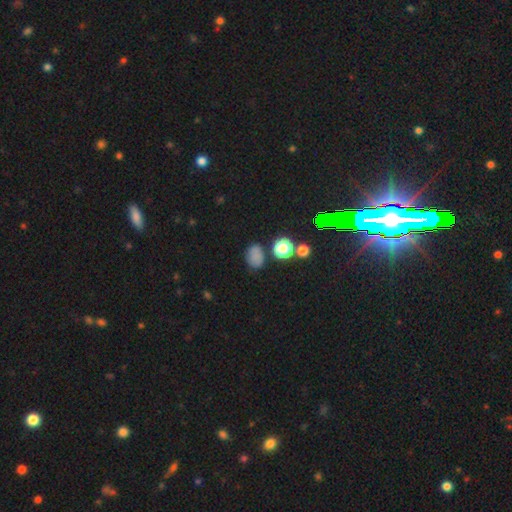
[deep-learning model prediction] Overall: smooth (74%). How rounded: in between (64%; round 35%). Merging: none (69%).